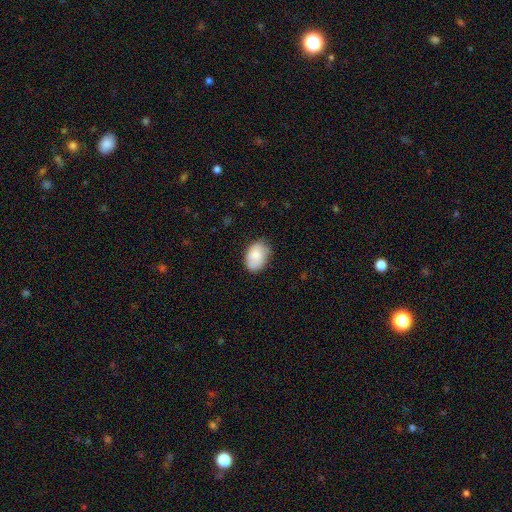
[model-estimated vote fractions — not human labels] Smooth or featured? smooth (81%)
How rounded? in between (83%)
Merging? none (70%)